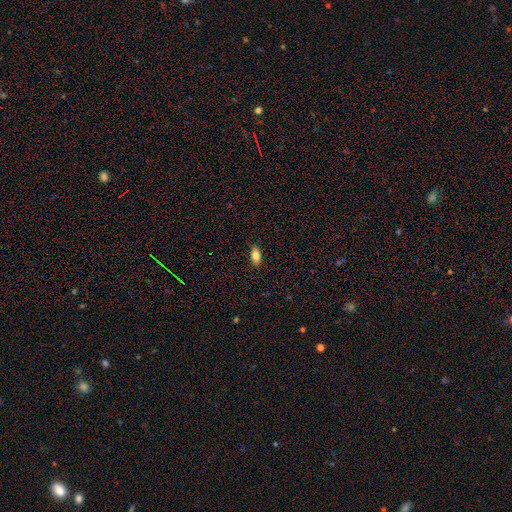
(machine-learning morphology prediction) Smooth or featured? Predicted: smooth (p=0.81). How rounded? Predicted: in between (p=0.90). Merging? Predicted: none (p=0.89).